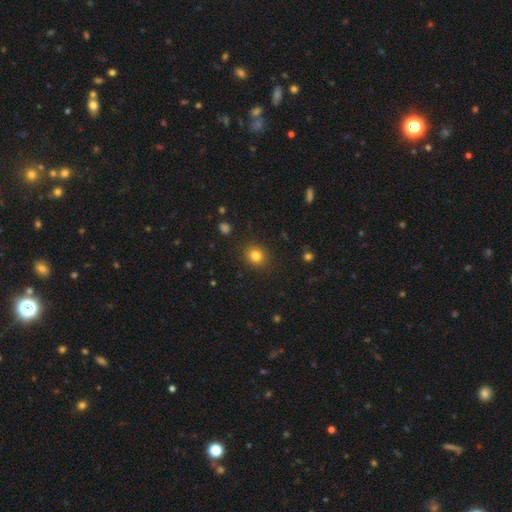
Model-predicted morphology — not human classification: The model was most divided on "how rounded": round: 74%, in between: 25%, cigar-shaped: 1%. More confident: merging — none (89%); smooth or featured — smooth (82%).